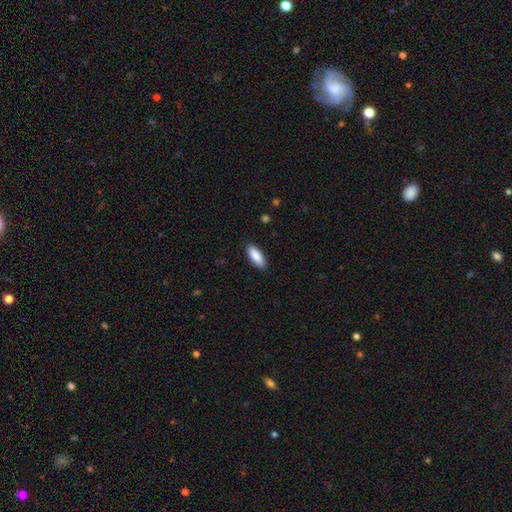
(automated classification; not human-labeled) Smooth or featured?
  - smooth: 89% *
  - star or artifact: 6%
  - featured or disk: 5%
How rounded?
  - in between: 76% *
  - cigar-shaped: 22%
  - round: 2%
Merging?
  - none: 88% *
  - minor disturbance: 9%
  - major disturbance: 2%
  - merger: 1%